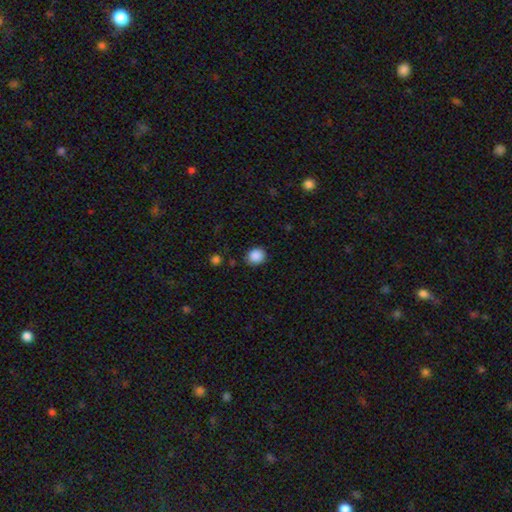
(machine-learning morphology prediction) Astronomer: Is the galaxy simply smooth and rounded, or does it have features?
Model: smooth — 88%.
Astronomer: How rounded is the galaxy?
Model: round — 69%.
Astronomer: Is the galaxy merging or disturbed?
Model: none — 84%.